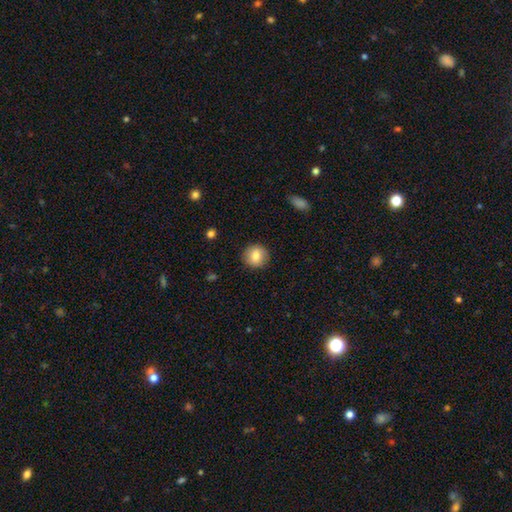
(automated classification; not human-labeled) Smooth or featured? smooth (82%)
How rounded? round (91%)
Merging? none (89%)